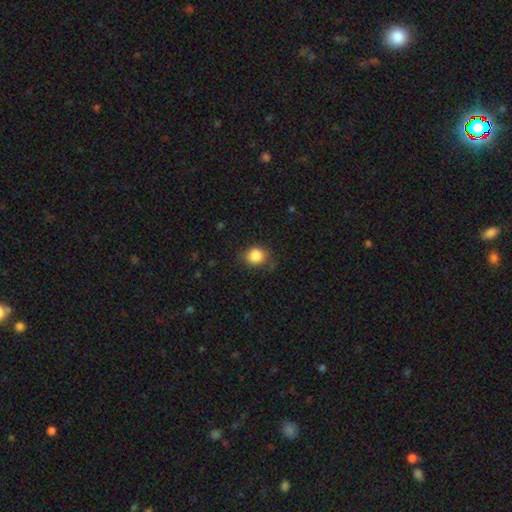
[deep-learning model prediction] Smooth or featured?
  - smooth: 86% *
  - star or artifact: 10%
  - featured or disk: 5%
How rounded?
  - round: 75% *
  - in between: 24%
  - cigar-shaped: 1%
Merging?
  - none: 73% *
  - minor disturbance: 20%
  - major disturbance: 5%
  - merger: 1%